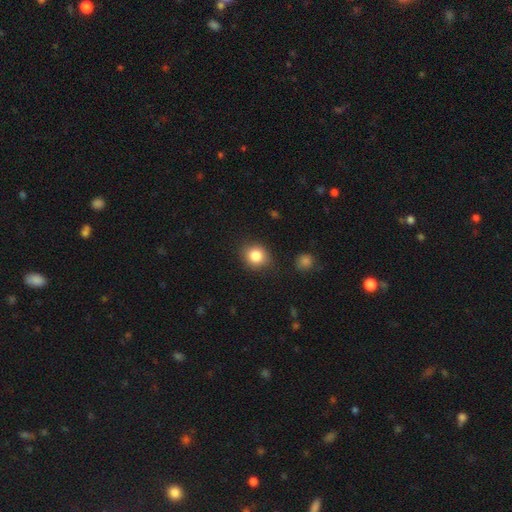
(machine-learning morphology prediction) Smooth or featured: smooth — 83% (star or artifact — 10%)
How rounded: round — 78% (in between — 21%)
Merging: none — 84% (minor disturbance — 11%)